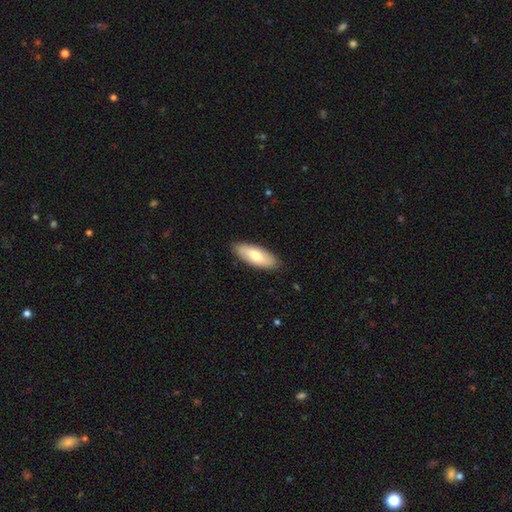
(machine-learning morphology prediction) Smooth or featured? Predicted: smooth (p=0.76). How rounded? Predicted: in between (p=0.77). Merging? Predicted: none (p=0.86).